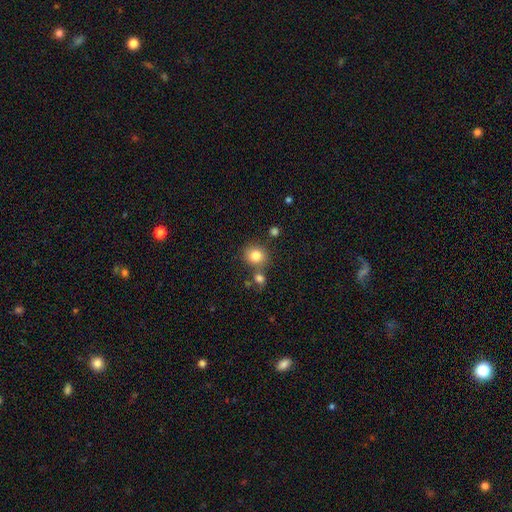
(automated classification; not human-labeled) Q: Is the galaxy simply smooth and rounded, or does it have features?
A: smooth — 82%.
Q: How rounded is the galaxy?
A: round — 81%.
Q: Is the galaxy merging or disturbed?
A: none — 70%.